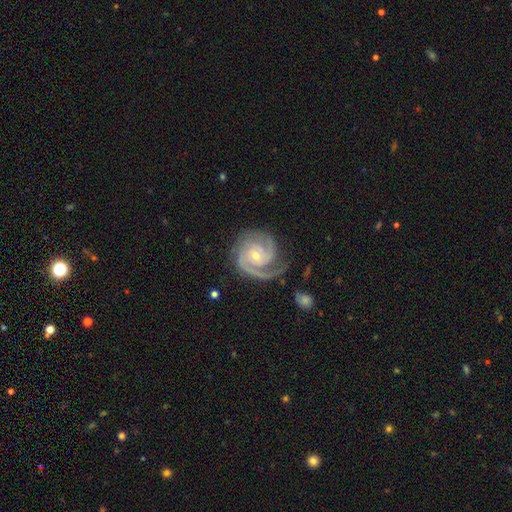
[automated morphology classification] Smooth or featured? featured or disk (92%)
Edge-on disk? no (98%)
Bar? no (65%)
Spiral arms? yes (99%)
Spiral winding? tight (65%)
Spiral arm count? 2 (46%)
Bulge size? small (63%)
Merging? none (73%)